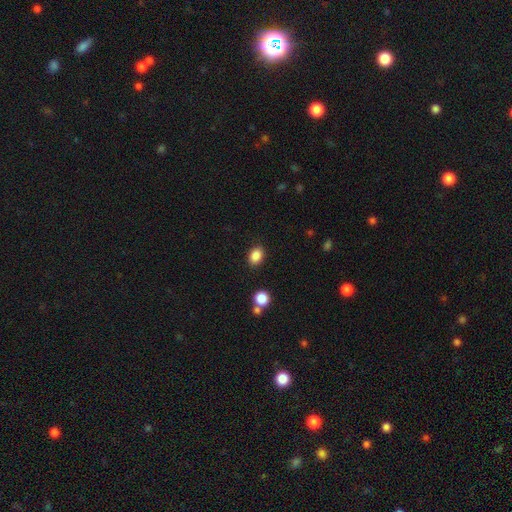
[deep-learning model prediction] A smooth galaxy with no disk features (87%) that is in between round and cigar-shaped (72%).

Vote fractions:
- Smooth or featured? smooth: 87% / star or artifact: 9% / featured or disk: 4%
- How rounded? in between: 72% / round: 27% / cigar-shaped: 1%
- Merging? none: 86% / minor disturbance: 9% / major disturbance: 3% / merger: 2%